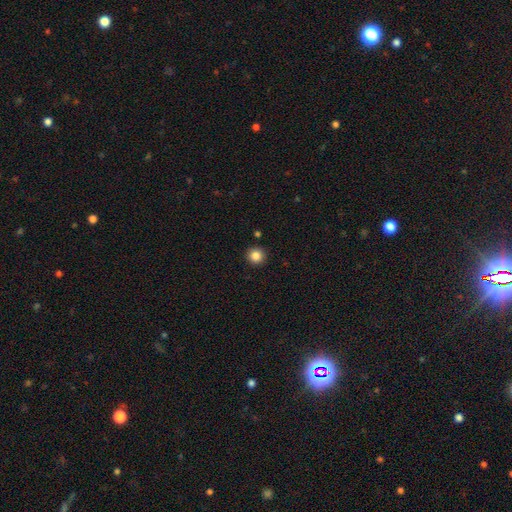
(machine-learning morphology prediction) A smooth galaxy with no disk features (85%) that is round (95%). Merging: none (92%).